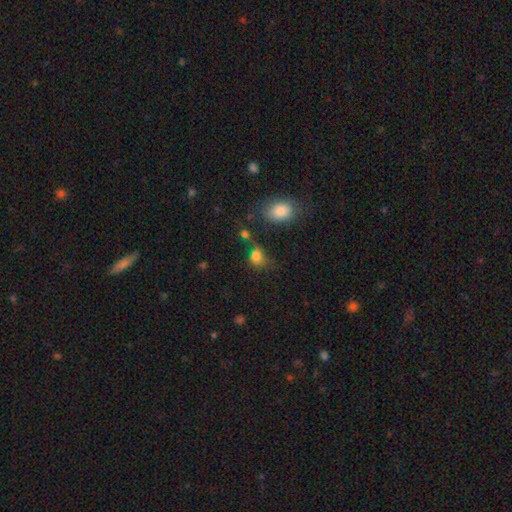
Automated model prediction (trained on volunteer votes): This is likely a smooth galaxy (78%). How rounded: possibly round (53%). Merging: possibly none (47%).